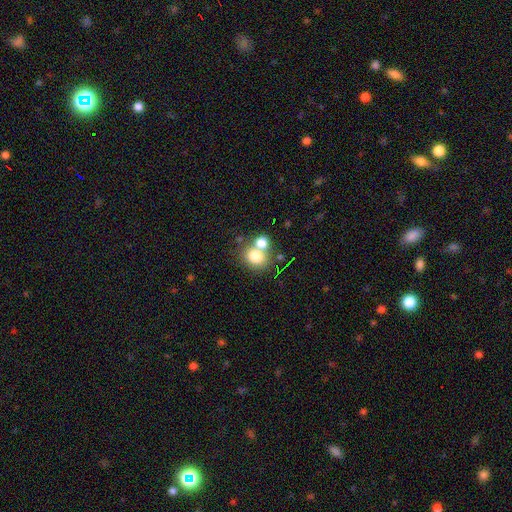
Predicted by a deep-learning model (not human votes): Smooth or featured?
  - smooth: 75% *
  - star or artifact: 13%
  - featured or disk: 12%
How rounded?
  - round: 69% *
  - in between: 30%
  - cigar-shaped: 1%
Merging?
  - none: 47% *
  - merger: 41%
  - minor disturbance: 8%
  - major disturbance: 4%